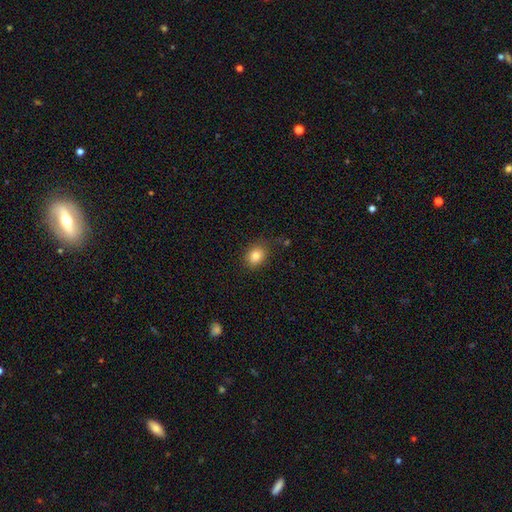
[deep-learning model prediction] smooth-or-featured: smooth: 83% | star or artifact: 10% | featured or disk: 7%
  how-rounded: in between: 50% | round: 49% | cigar-shaped: 1%
  merging: none: 80% | minor disturbance: 14% | major disturbance: 3% | merger: 2%